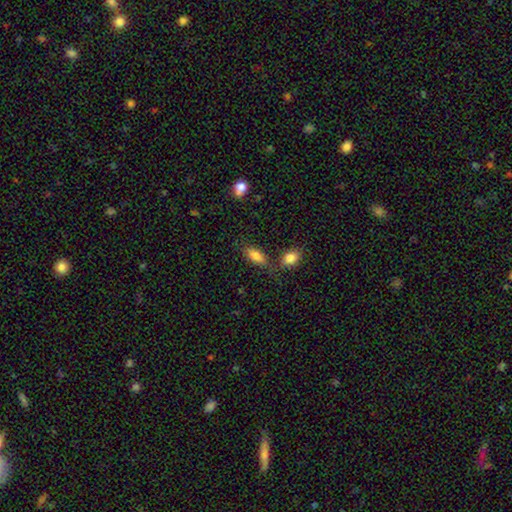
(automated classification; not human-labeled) Smooth or featured? Predicted: smooth (p=0.79). How rounded? Predicted: in between (p=0.78). Merging? Predicted: none (p=0.65).